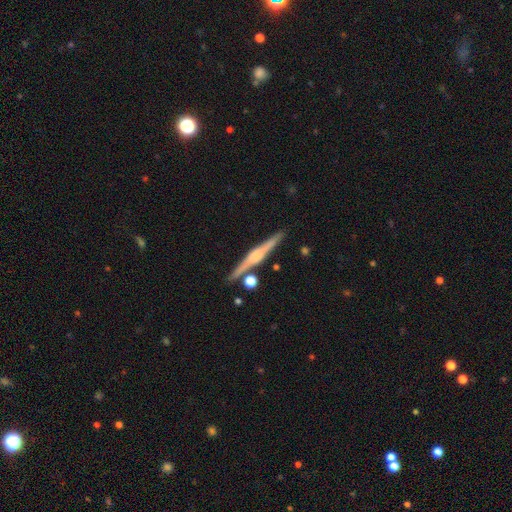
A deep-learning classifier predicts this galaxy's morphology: featured or disk 76%, smooth 18%, star or artifact 6%. Down the decision tree: edge-on disk — yes (98%); edge-on bulge — rounded (70%); merging — none (86%).